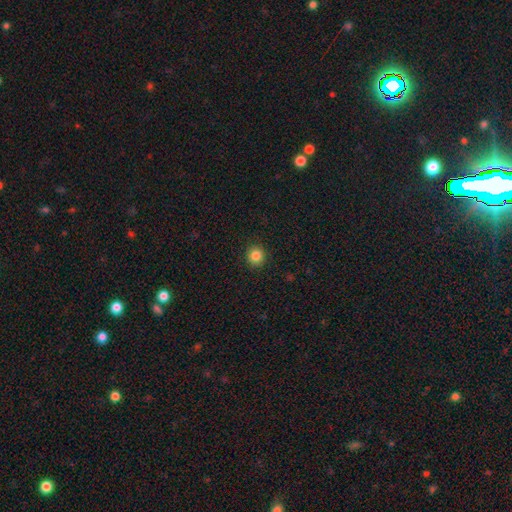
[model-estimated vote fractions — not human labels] This is clearly a smooth galaxy (84%). How rounded: clearly round (92%). Merging: clearly none (92%).